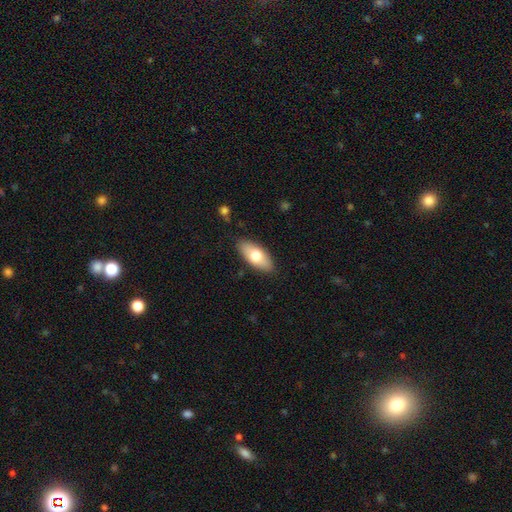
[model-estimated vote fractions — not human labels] Smooth or featured: smooth — 68% (featured or disk — 26%)
How rounded: in between — 86% (cigar-shaped — 12%)
Merging: none — 86% (minor disturbance — 10%)